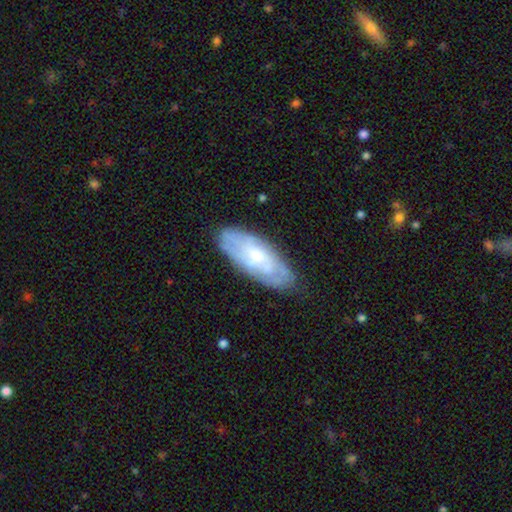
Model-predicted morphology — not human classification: Smooth or featured? featured or disk (55%)
Edge-on disk? no (86%)
Merging? none (76%)